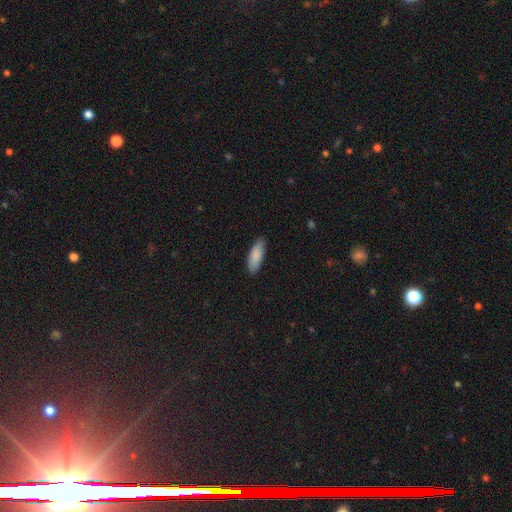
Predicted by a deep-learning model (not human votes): This is clearly a smooth galaxy (86%). How rounded: likely in between (67%). Merging: clearly none (81%).